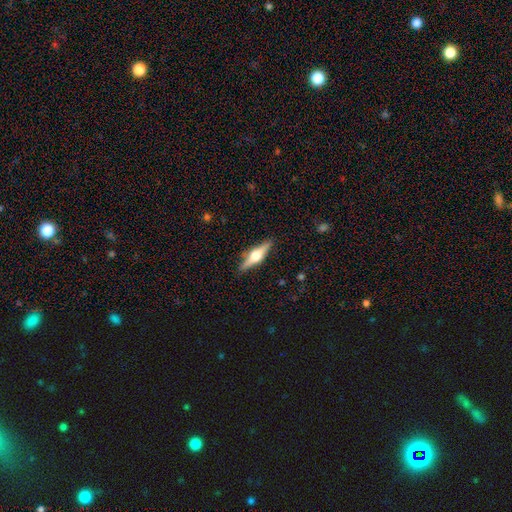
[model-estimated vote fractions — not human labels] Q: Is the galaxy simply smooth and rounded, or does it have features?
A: featured or disk — 68%.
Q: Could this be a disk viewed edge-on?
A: yes — 97%.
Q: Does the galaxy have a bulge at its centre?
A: rounded — 94%.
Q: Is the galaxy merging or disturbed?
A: none — 89%.